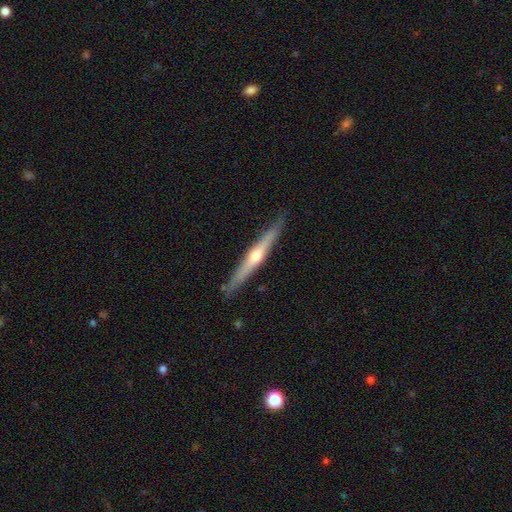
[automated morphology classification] Smooth or featured: featured or disk — 70% (smooth — 25%)
Edge-on disk: yes — 97% (no — 3%)
Edge-on bulge: rounded — 85% (none — 11%)
Merging: none — 87% (minor disturbance — 10%)